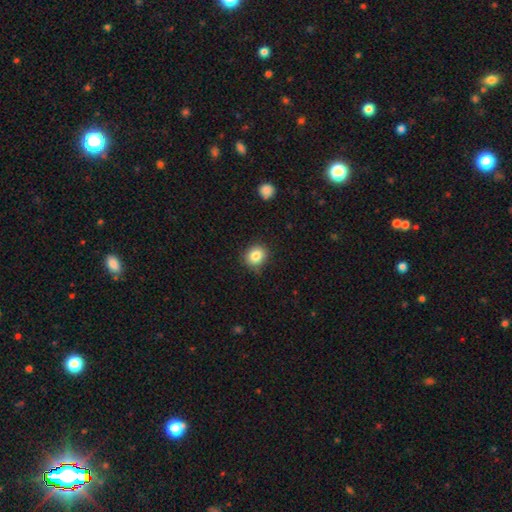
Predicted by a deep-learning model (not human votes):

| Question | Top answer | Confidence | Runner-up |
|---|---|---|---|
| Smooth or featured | smooth | 84% | star or artifact (10%) |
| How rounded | round | 73% | in between (26%) |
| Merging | none | 81% | minor disturbance (15%) |